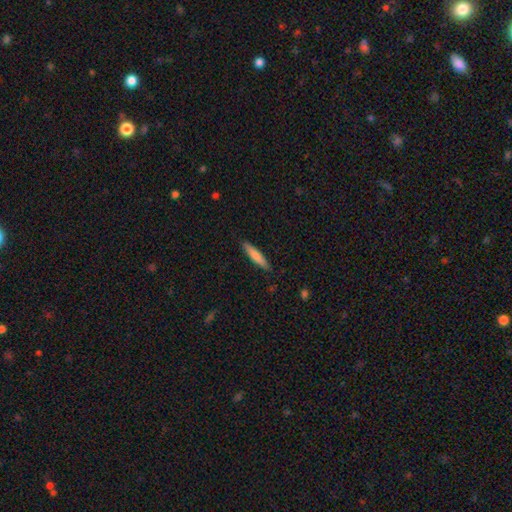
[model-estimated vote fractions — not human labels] A smooth galaxy with no disk features (76%) that is cigar-shaped (89%). Merging: none (88%).